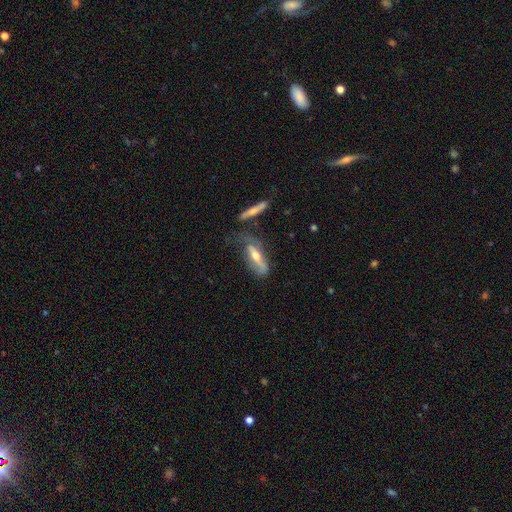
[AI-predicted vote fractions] Smooth or featured? Predicted: featured or disk (p=0.57). Edge-on disk? Predicted: yes (p=0.52). Merging? Predicted: none (p=0.39).